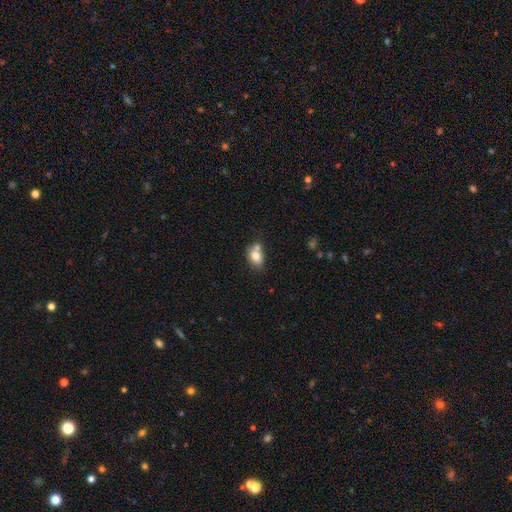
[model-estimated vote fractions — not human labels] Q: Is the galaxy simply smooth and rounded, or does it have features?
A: smooth — 75%.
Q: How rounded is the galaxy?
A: in between — 75%.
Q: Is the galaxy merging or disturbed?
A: none — 42%.